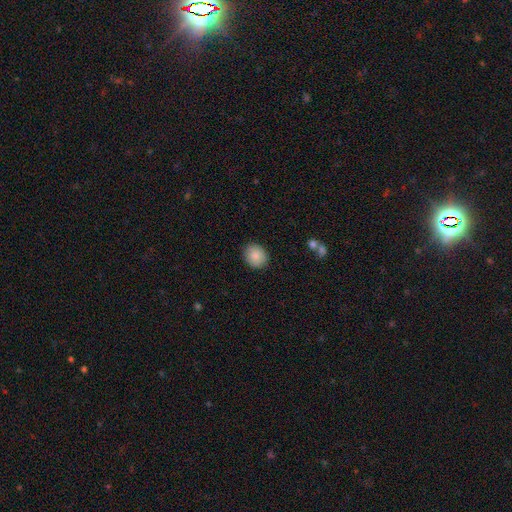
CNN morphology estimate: This is clearly a smooth galaxy (87%). How rounded: likely round (70%). Merging: clearly none (89%).